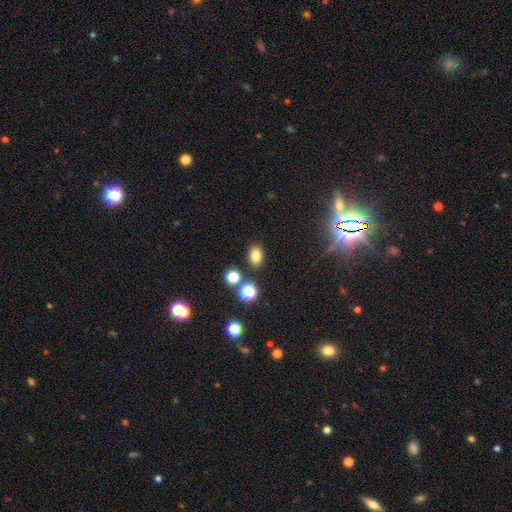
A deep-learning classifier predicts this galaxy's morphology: Q: Smooth or featured?
A: smooth (79%); runner-up: star or artifact (15%)
Q: How rounded?
A: in between (76%); runner-up: round (23%)
Q: Merging?
A: none (83%); runner-up: minor disturbance (9%)